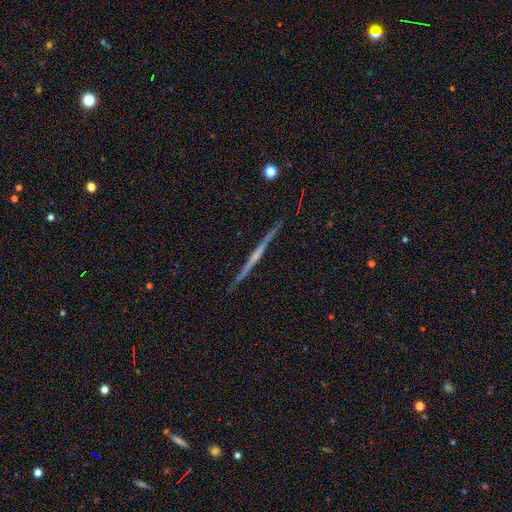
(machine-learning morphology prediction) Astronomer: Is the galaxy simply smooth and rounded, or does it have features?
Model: featured or disk — 74%.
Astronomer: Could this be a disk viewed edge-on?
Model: yes — 98%.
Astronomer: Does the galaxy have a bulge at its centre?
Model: none — 62%.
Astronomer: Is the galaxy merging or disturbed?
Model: none — 92%.